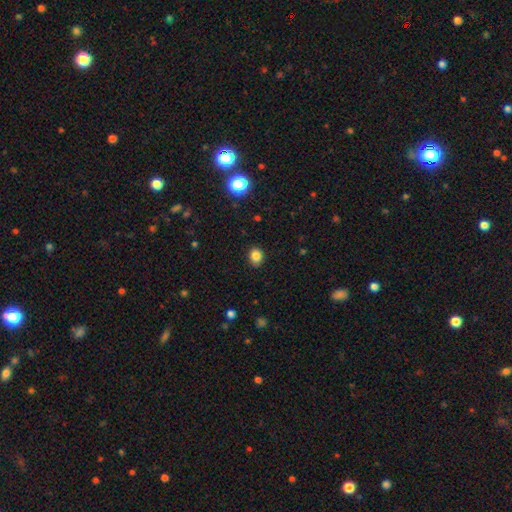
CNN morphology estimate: Overall: smooth (83%). How rounded: round (58%; in between 41%). Merging: none (86%).